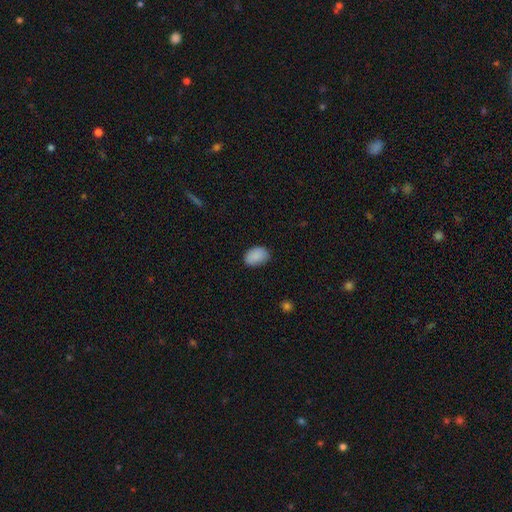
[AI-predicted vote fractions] Overall: smooth (88%). How rounded: in between (84%). Merging: none (80%).